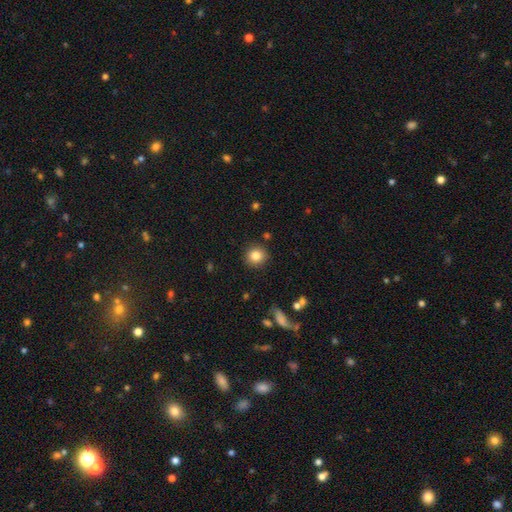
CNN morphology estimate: type=smooth (83%); roundness=round (91%); merging=none (90%).